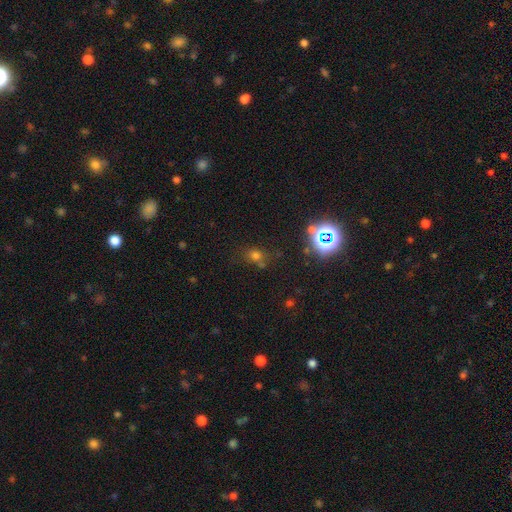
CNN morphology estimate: Smooth or featured: smooth — 59% (star or artifact — 32%)
How rounded: round — 61% (in between — 37%)
Merging: none — 66% (minor disturbance — 16%)